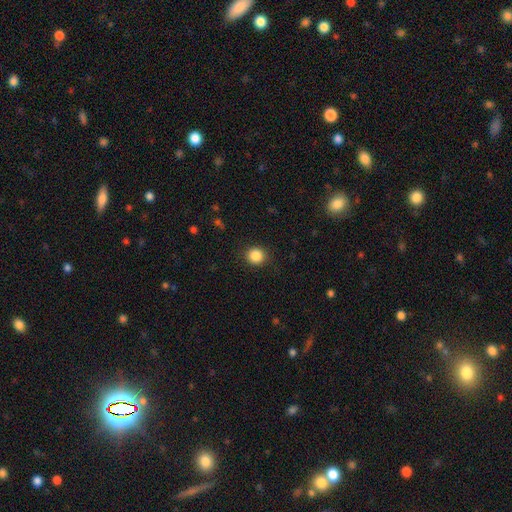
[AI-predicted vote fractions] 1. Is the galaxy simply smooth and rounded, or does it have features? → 87% smooth, 10% star or artifact, 3% featured or disk.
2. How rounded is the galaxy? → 88% round, 11% in between, 1% cigar-shaped.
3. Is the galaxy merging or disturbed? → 90% none, 7% minor disturbance, 2% major disturbance, 1% merger.